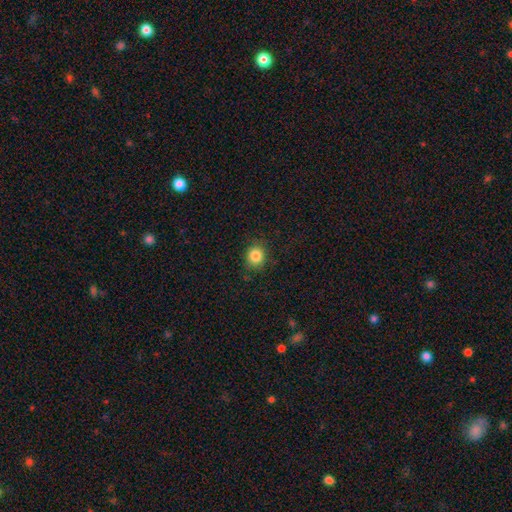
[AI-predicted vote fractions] Smooth or featured? Predicted: smooth (p=0.85). How rounded? Predicted: round (p=0.78). Merging? Predicted: none (p=0.85).